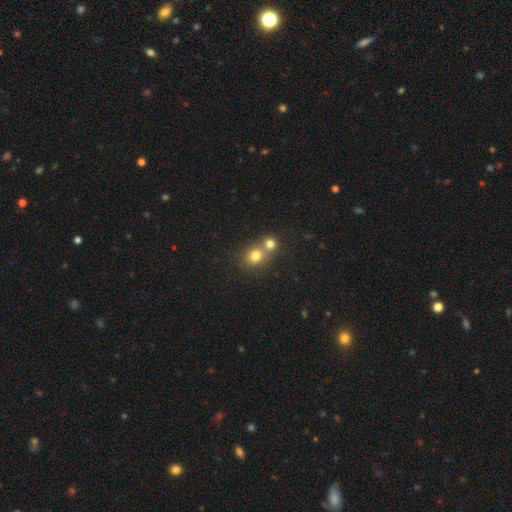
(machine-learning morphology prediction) Overall: smooth (76%). How rounded: round (79%). Merging: merger (53%; none 39%).